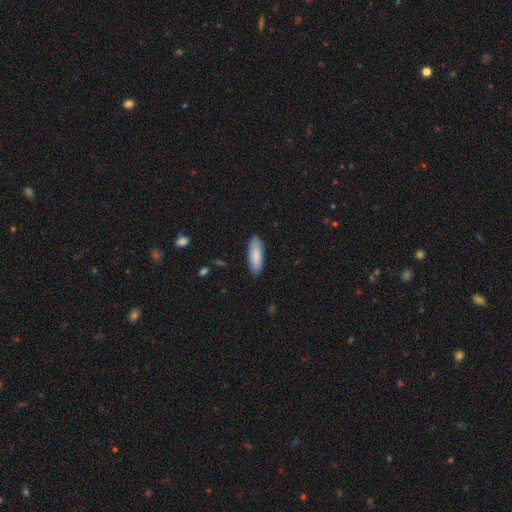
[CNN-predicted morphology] A smooth galaxy with no disk features (87%) that is in between round and cigar-shaped (58%). Merging: none (88%).